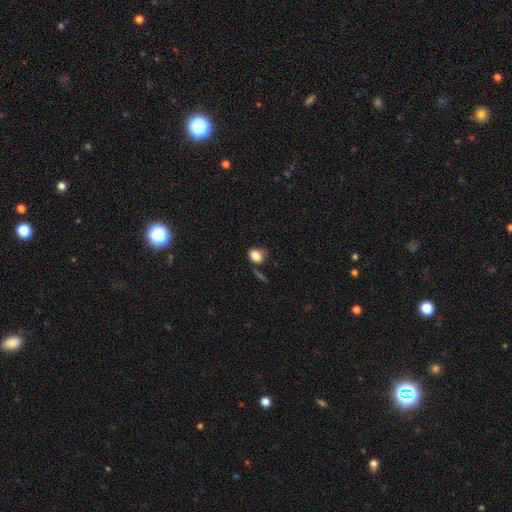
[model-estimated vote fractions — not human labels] Morphology: type=smooth (81%); roundness=in between (55%); merging=none (46%).